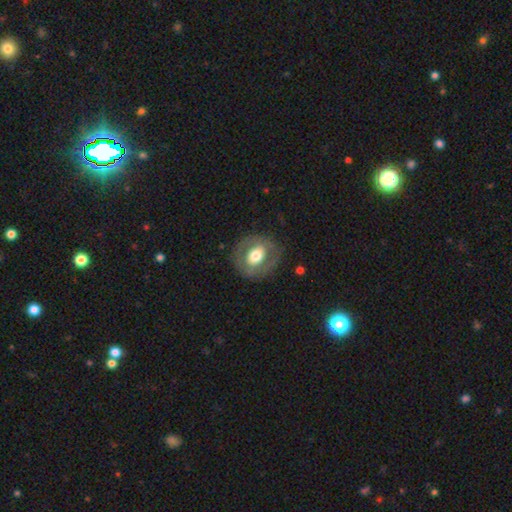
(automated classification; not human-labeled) Q: Smooth or featured?
A: smooth (49%); runner-up: featured or disk (44%)
Q: Merging?
A: none (79%); runner-up: minor disturbance (13%)